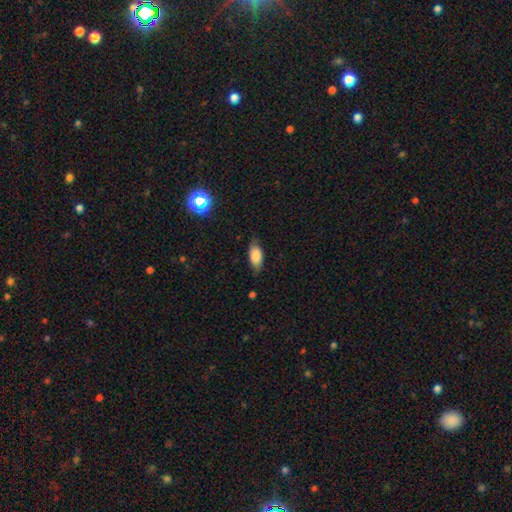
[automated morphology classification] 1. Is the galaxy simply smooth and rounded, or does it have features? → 80% smooth, 12% featured or disk, 8% star or artifact.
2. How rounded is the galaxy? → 87% in between, 10% cigar-shaped, 3% round.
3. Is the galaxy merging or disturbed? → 75% none, 20% minor disturbance, 4% major disturbance, 1% merger.